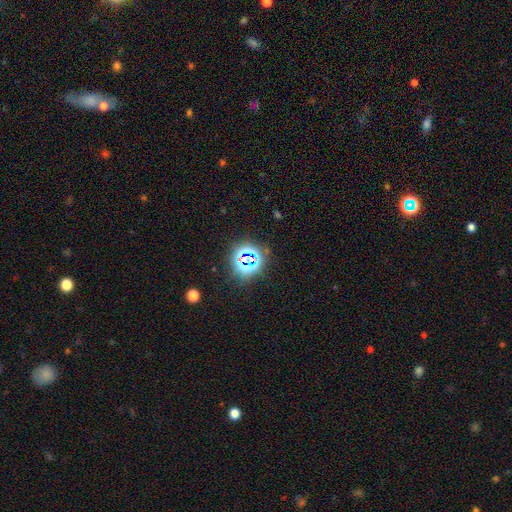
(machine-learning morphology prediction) star or artifact 76%, smooth 16%, featured or disk 8%.